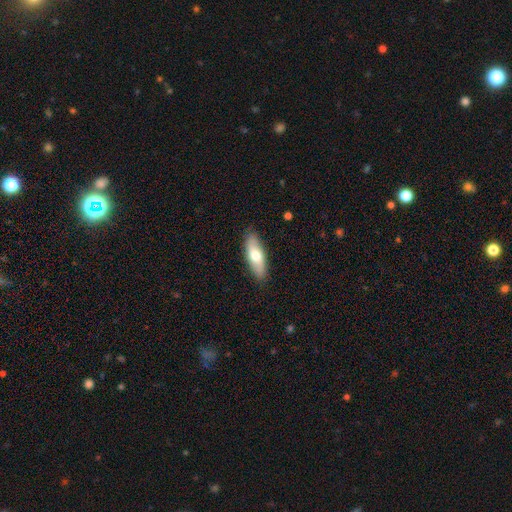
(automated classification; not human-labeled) This is likely a smooth galaxy (65%). How rounded: likely in between (64%). Merging: clearly none (86%).